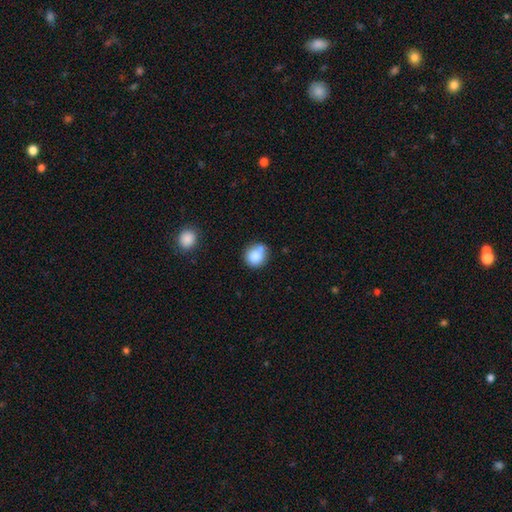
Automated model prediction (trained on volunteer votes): Smooth or featured? Predicted: smooth (p=0.81). How rounded? Predicted: round (p=0.84). Merging? Predicted: none (p=0.64).